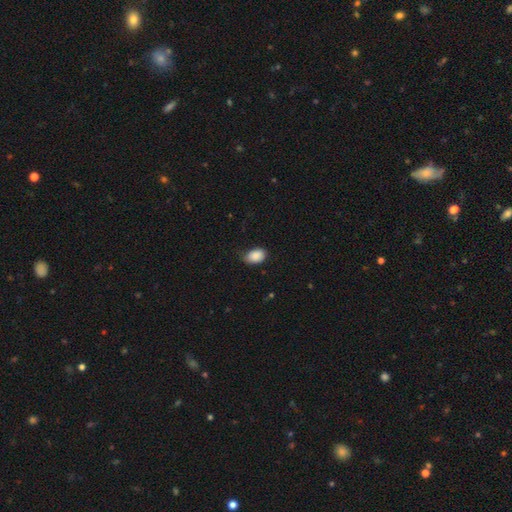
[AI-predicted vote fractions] This is clearly a smooth galaxy (88%). How rounded: clearly in between (86%). Merging: likely none (63%).